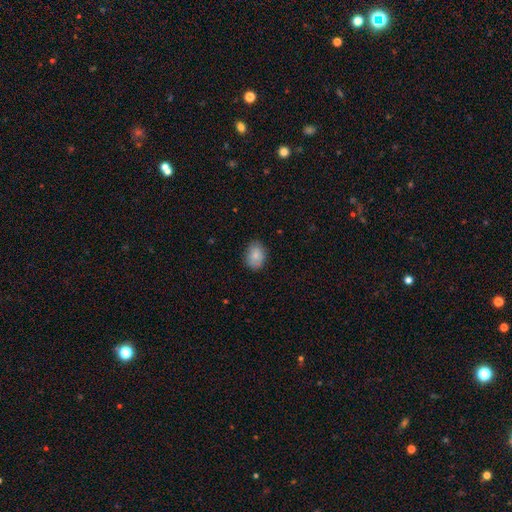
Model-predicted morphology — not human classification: This is clearly a smooth galaxy (83%). How rounded: likely in between (70%). Merging: clearly none (82%).